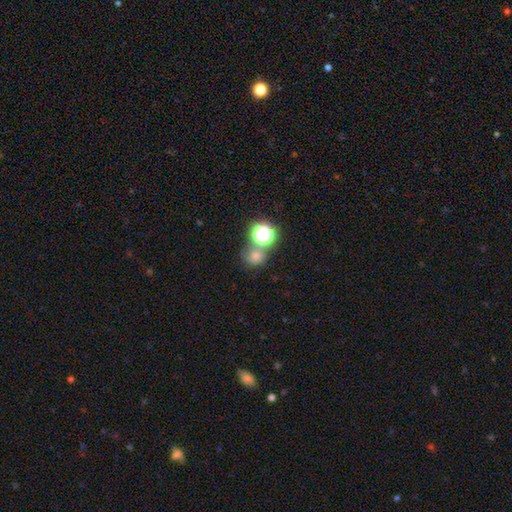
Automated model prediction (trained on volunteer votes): A smooth galaxy with no disk features (59%) that is round (85%). Merging: none (60%).